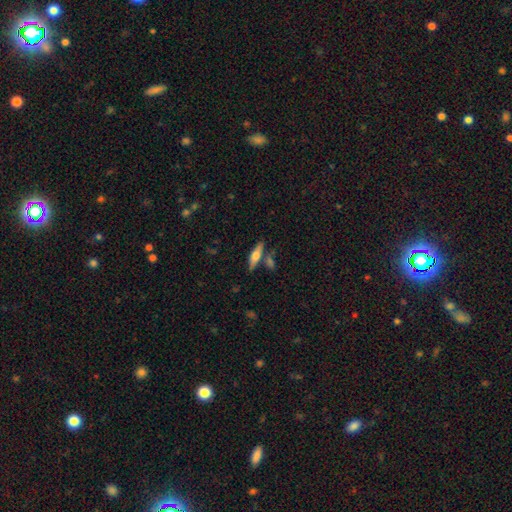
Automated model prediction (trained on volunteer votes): The model was most divided on "smooth or featured": smooth: 50%, featured or disk: 43%, star or artifact: 7%. More confident: merging — none (72%); how rounded — cigar-shaped (64%).